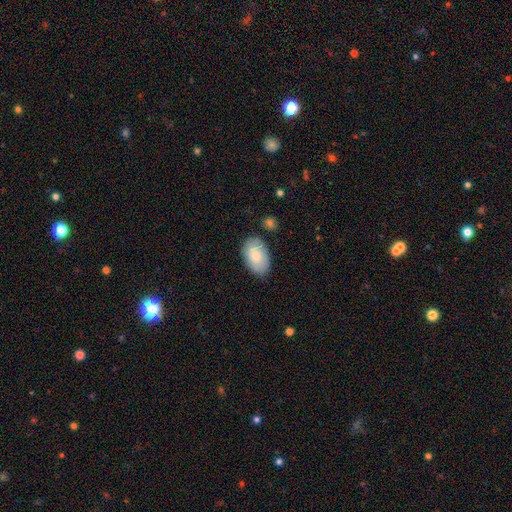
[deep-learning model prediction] Smooth or featured? smooth (78%)
How rounded? in between (92%)
Merging? none (80%)